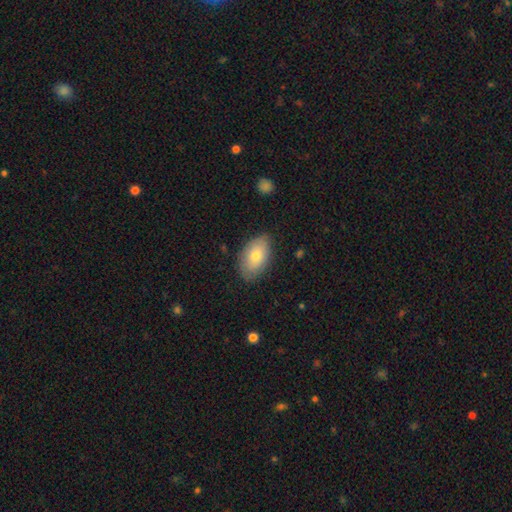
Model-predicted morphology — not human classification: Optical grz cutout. It shows a smooth galaxy with no disk features (73%) that is in between round and cigar-shaped (93%). Merging: none (82%).